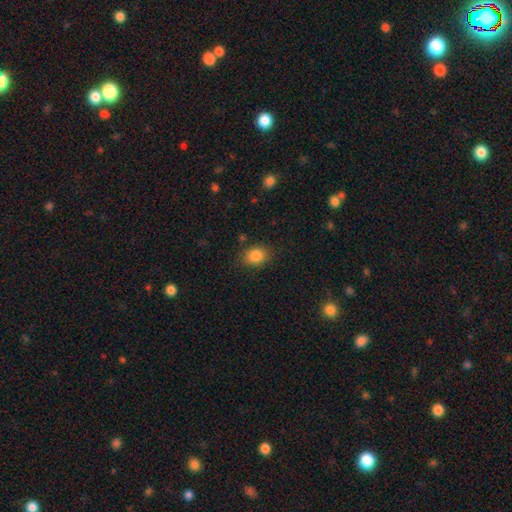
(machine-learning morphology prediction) smooth 85%, star or artifact 10%, featured or disk 5%. Down the decision tree: how rounded — in between (58%); merging — none (83%).